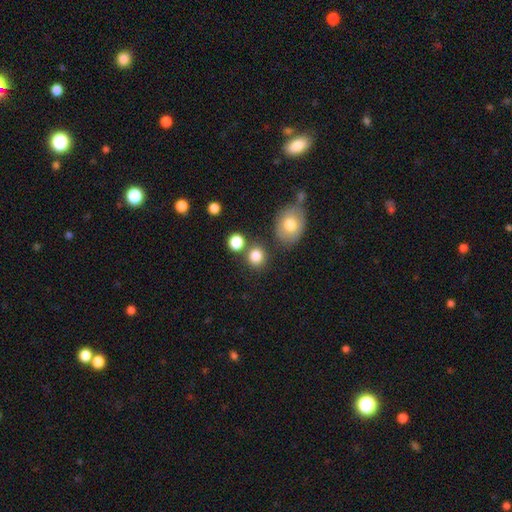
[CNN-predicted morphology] Smooth or featured? Predicted: smooth (p=0.83). How rounded? Predicted: round (p=0.80). Merging? Predicted: none (p=0.75).